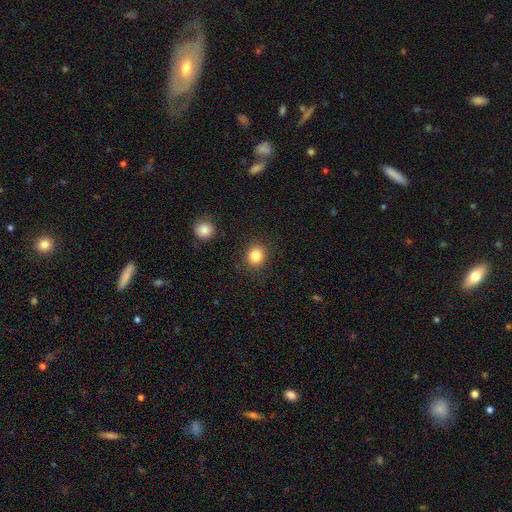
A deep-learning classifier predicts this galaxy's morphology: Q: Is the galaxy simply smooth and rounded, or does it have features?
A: smooth — 84%.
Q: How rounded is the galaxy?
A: round — 81%.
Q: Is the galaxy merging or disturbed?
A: none — 89%.